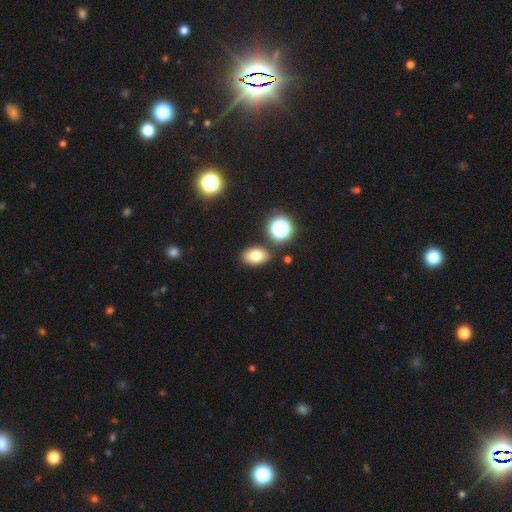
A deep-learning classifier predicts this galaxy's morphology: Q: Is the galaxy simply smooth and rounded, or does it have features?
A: smooth — 76%.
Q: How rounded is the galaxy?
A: in between — 82%.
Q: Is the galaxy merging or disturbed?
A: none — 83%.